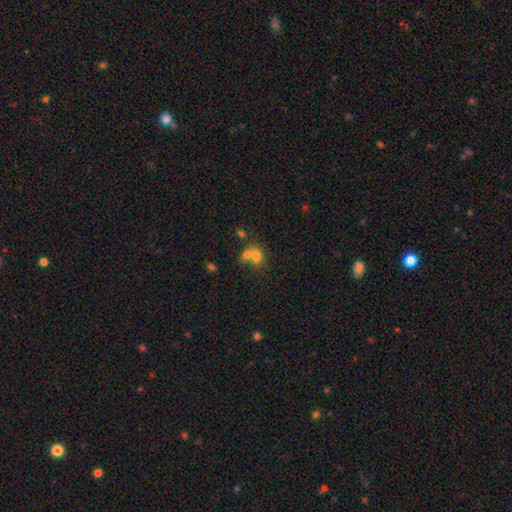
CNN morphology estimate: A smooth galaxy with no disk features (72%) that is round (49%, tied with in between). Merging: merger (61%).